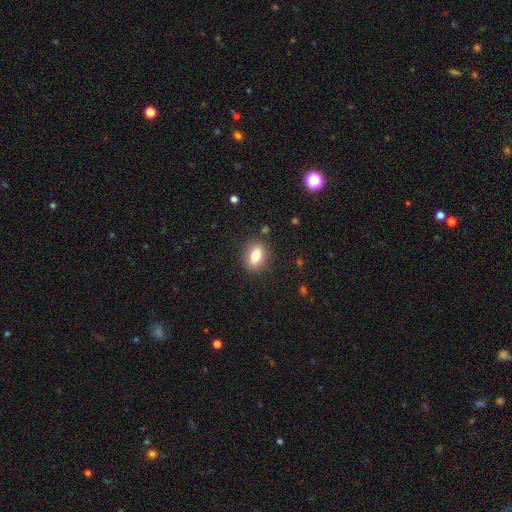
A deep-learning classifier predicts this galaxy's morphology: Overall: smooth (80%). How rounded: in between (74%). Merging: none (87%).